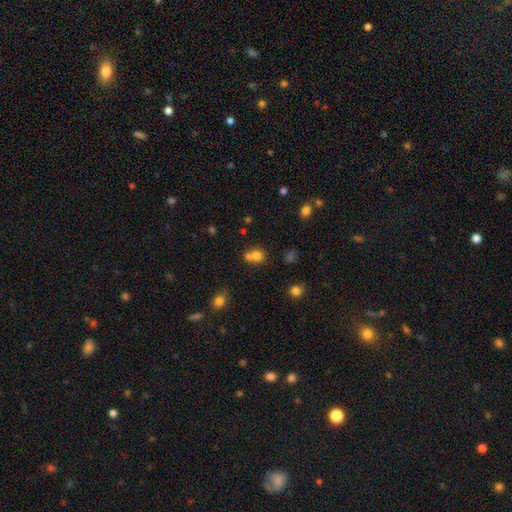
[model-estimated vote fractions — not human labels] Smooth or featured?
  - smooth: 74% *
  - star or artifact: 14%
  - featured or disk: 12%
How rounded?
  - round: 77% *
  - in between: 22%
  - cigar-shaped: 1%
Merging?
  - merger: 51% *
  - none: 39%
  - minor disturbance: 8%
  - major disturbance: 3%